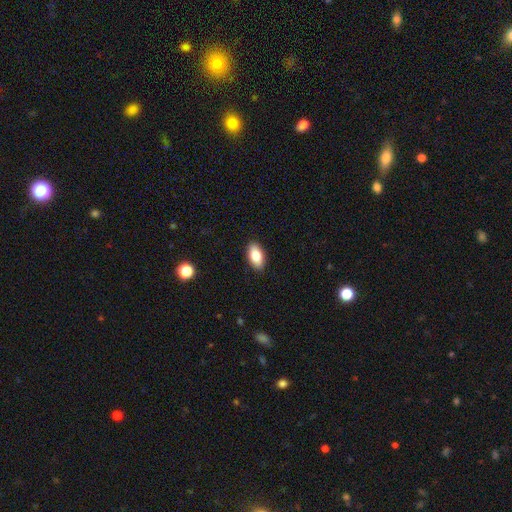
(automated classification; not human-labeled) Smooth or featured? Predicted: smooth (p=0.83). How rounded? Predicted: in between (p=0.93). Merging? Predicted: none (p=0.90).